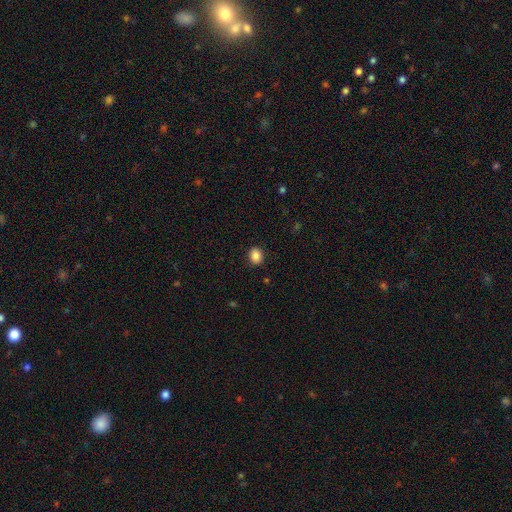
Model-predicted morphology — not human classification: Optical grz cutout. It shows a smooth galaxy with no disk features (87%) that is in between round and cigar-shaped (51%). Merging: none (89%).